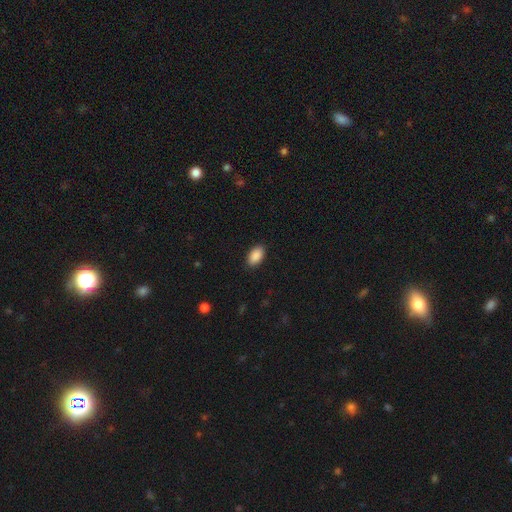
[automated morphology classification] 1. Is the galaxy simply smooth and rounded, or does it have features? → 90% smooth, 7% star or artifact, 3% featured or disk.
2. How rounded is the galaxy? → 93% in between, 5% round, 2% cigar-shaped.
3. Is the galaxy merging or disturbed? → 89% none, 8% minor disturbance, 2% major disturbance, 1% merger.